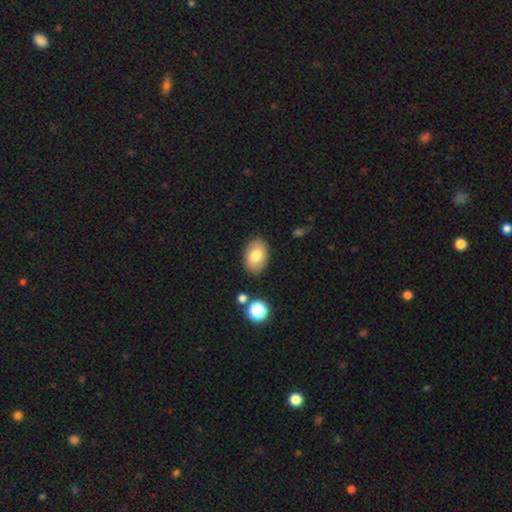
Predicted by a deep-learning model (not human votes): A smooth galaxy with no disk features (80%) that is in between round and cigar-shaped (87%).

Vote fractions:
- Smooth or featured? smooth: 80% / featured or disk: 12% / star or artifact: 8%
- How rounded? in between: 87% / round: 11% / cigar-shaped: 1%
- Merging? none: 85% / minor disturbance: 10% / major disturbance: 3% / merger: 2%